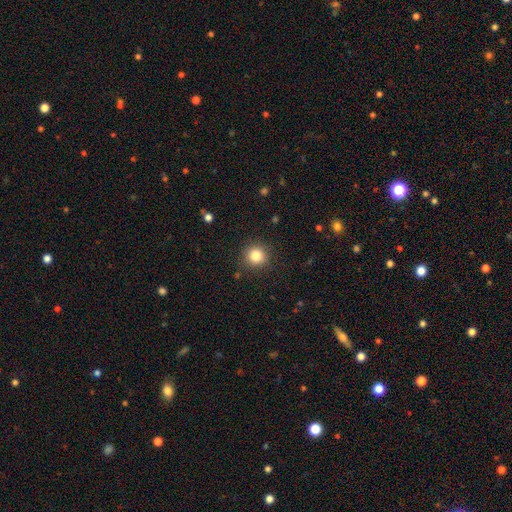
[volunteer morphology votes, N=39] smooth 79%, featured or disk 10%, star or artifact 10%. Down the decision tree: how rounded — round (90%); merging — none (89%).